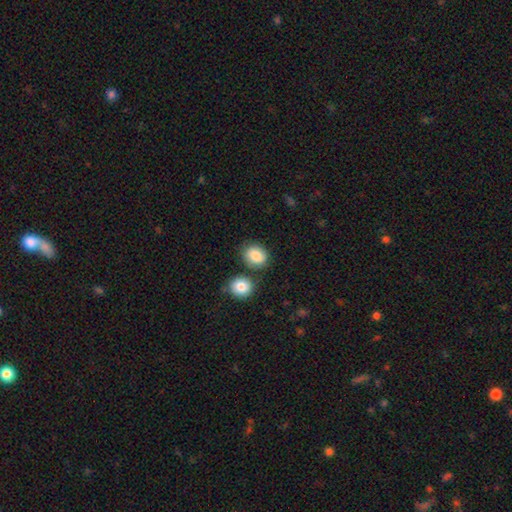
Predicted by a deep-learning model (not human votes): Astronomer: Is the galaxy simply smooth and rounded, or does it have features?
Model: smooth — 87%.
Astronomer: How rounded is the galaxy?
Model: round — 54% (runner-up: in between, 45%).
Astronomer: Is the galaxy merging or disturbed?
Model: none — 70%.